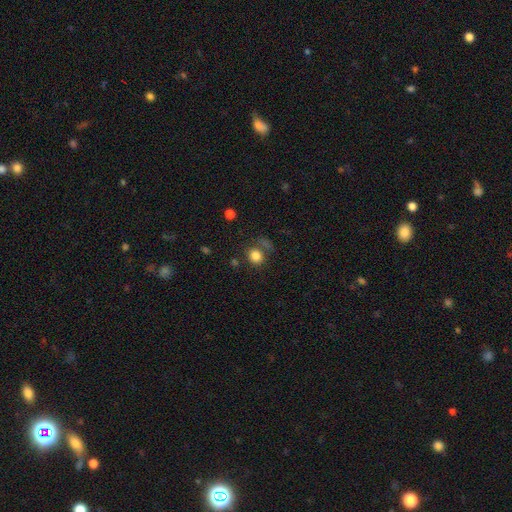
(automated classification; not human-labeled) smooth 82%, star or artifact 12%, featured or disk 6%. Down the decision tree: how rounded — round (75%); merging — none (68%).